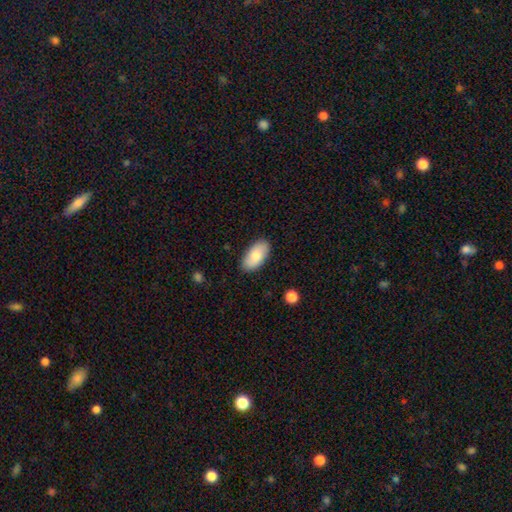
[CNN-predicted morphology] Smooth or featured: smooth — 79% (featured or disk — 15%)
How rounded: in between — 95% (cigar-shaped — 3%)
Merging: none — 87% (minor disturbance — 10%)